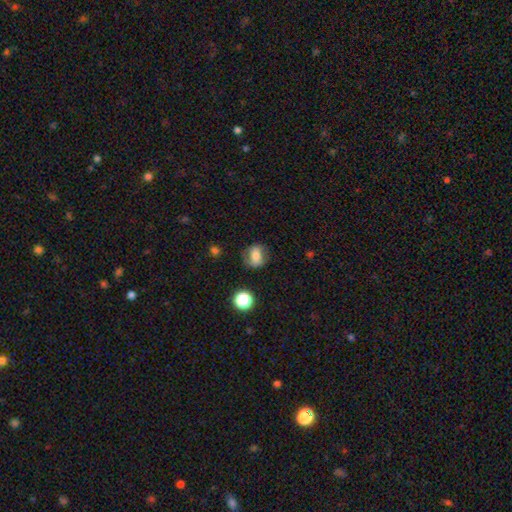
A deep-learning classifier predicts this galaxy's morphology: The model was most divided on "how rounded": round: 50%, in between: 48%, cigar-shaped: 2%. More confident: merging — none (74%); smooth or featured — smooth (63%).